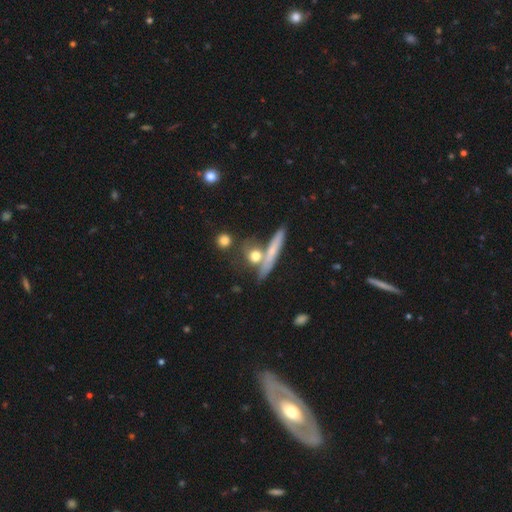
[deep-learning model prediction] smooth_or_featured: smooth (p=0.65) [alt: featured or disk p=0.26]
how_rounded: round (p=0.45) [alt: cigar-shaped p=0.35]
merging: none (p=0.54) [alt: merger p=0.26]